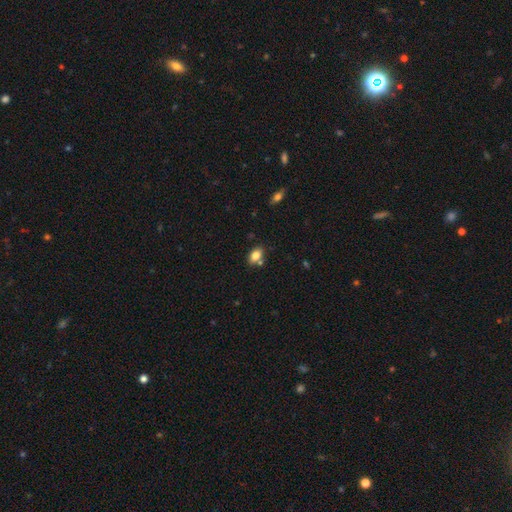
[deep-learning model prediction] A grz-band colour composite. It shows a smooth galaxy with no disk features (81%) that is in between round and cigar-shaped (82%). Merging: none (68%).